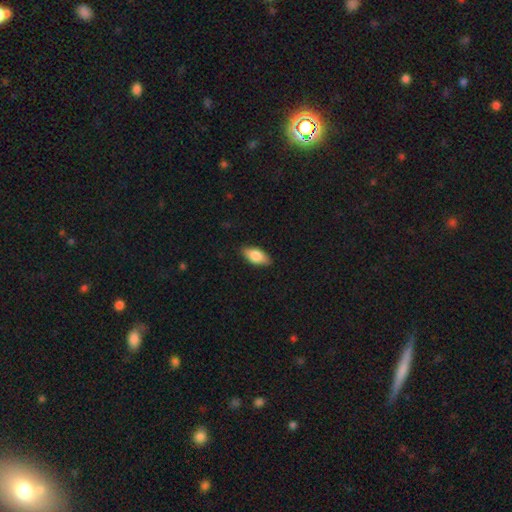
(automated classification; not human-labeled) smooth_or_featured: smooth (p=0.80) [alt: featured or disk p=0.14]
how_rounded: in between (p=0.89) [alt: cigar-shaped p=0.09]
merging: none (p=0.87) [alt: minor disturbance p=0.10]